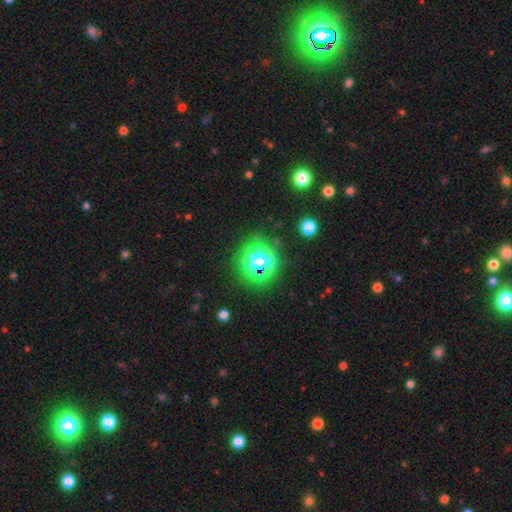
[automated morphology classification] type=star or artifact (68%).